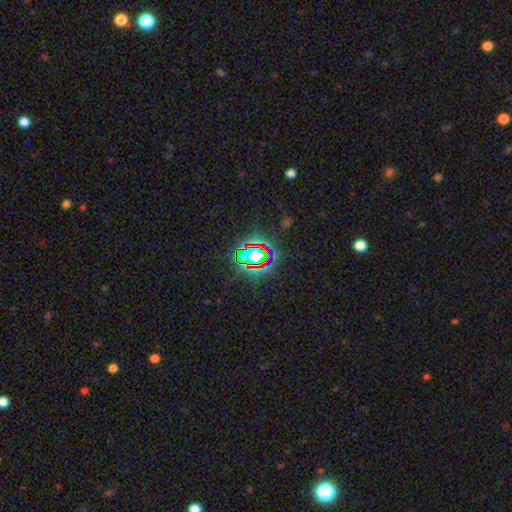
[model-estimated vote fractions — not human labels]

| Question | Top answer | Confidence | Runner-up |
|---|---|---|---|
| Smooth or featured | star or artifact | 75% | smooth (14%) |